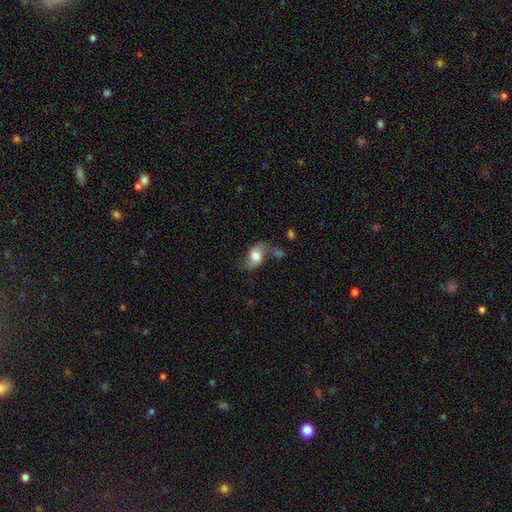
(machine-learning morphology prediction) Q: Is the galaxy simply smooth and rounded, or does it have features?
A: smooth — 52%.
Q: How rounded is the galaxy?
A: in between — 83%.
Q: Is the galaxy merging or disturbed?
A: none — 52%.